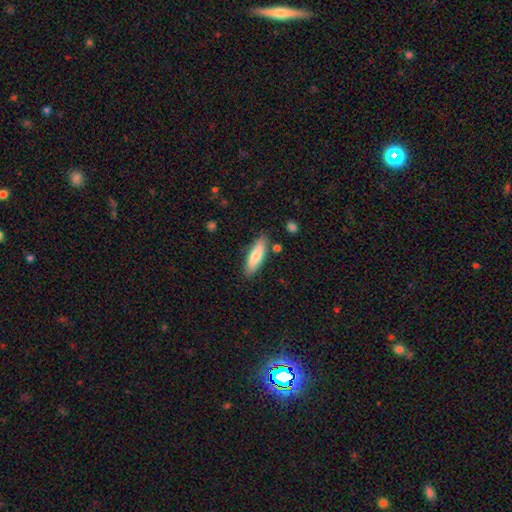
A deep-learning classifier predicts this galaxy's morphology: The model was most divided on "how rounded": cigar-shaped: 54%, in between: 44%, round: 2%. More confident: merging — none (83%); smooth or featured — smooth (77%).